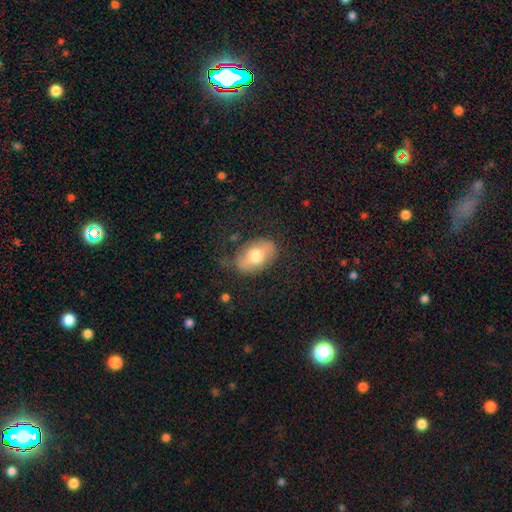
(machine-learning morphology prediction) smooth-or-featured: smooth: 64% | featured or disk: 30% | star or artifact: 6%
  how-rounded: in between: 87% | round: 11% | cigar-shaped: 2%
  merging: none: 73% | minor disturbance: 19% | major disturbance: 7% | merger: 2%